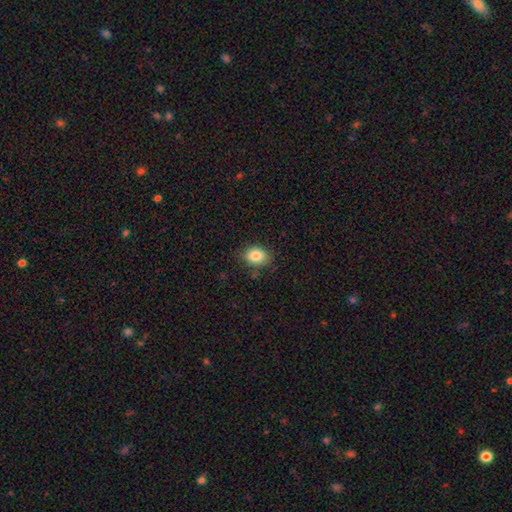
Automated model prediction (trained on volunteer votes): Overall: smooth (85%). How rounded: in between (65%; round 34%). Merging: none (82%).